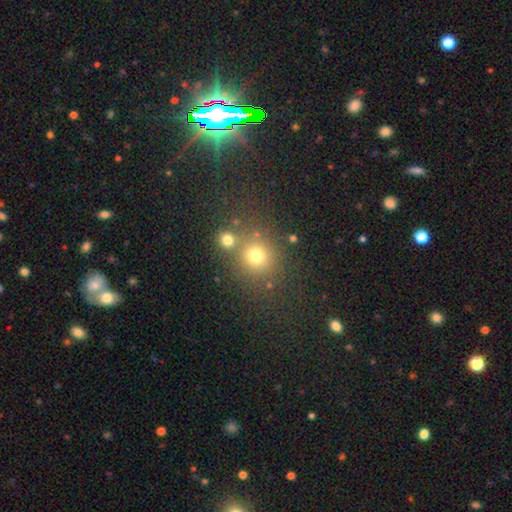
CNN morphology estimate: This appears to be a smooth galaxy with no disk features (73%) that is round (86%). Merging: none (65%).